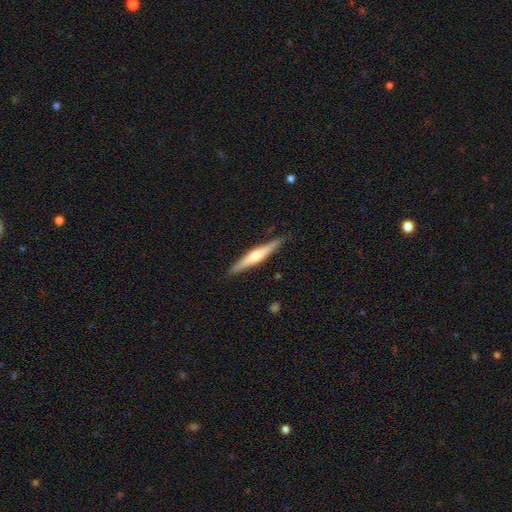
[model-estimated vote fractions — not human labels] smooth_or_featured: featured or disk (p=0.61) [alt: smooth p=0.33]
disk_edge_on: yes (p=0.97) [alt: no p=0.03]
edge_on_bulge: rounded (p=0.81) [alt: none p=0.10]
merging: none (p=0.89) [alt: minor disturbance p=0.08]